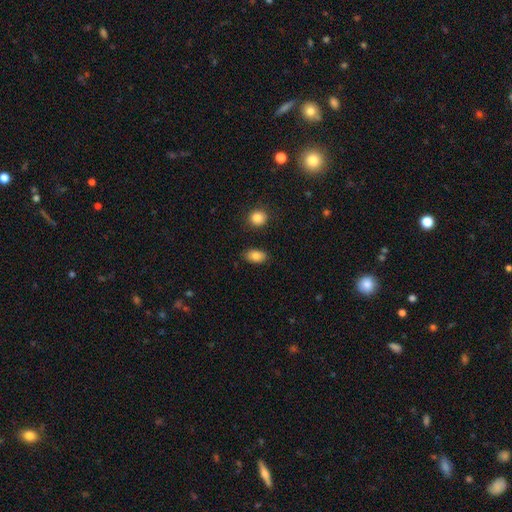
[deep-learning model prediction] A smooth galaxy with no disk features (84%) that is in between round and cigar-shaped (89%). Merging: none (86%).